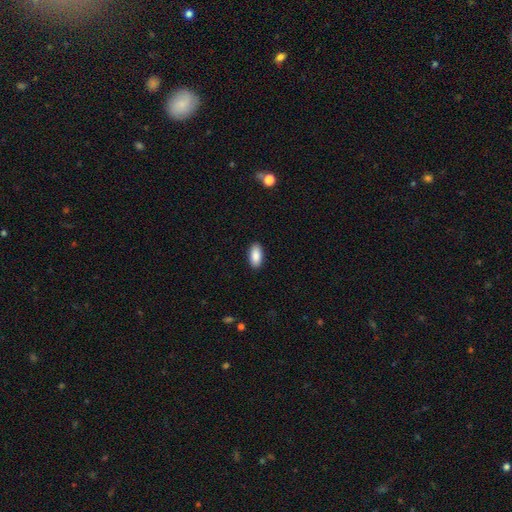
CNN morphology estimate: Smooth or featured? smooth (89%)
How rounded? in between (91%)
Merging? none (90%)